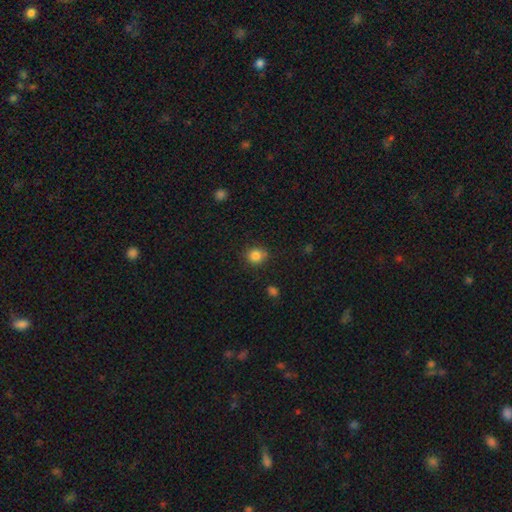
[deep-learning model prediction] This appears to be a smooth galaxy with no disk features (84%) that is round (82%). Merging: none (82%).